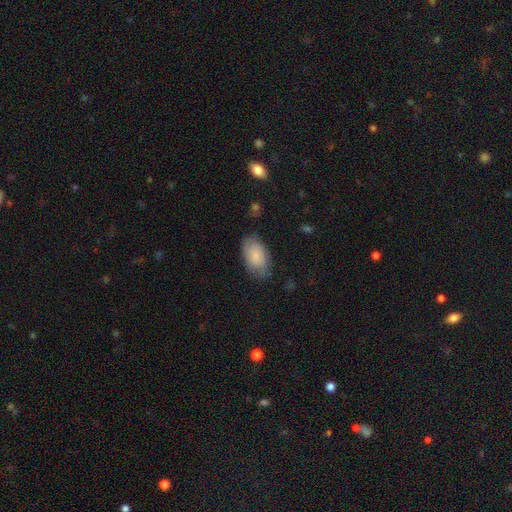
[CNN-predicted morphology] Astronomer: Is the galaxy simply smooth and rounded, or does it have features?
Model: smooth — 74%.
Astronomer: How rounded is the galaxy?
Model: in between — 94%.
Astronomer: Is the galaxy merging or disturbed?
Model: none — 72%.